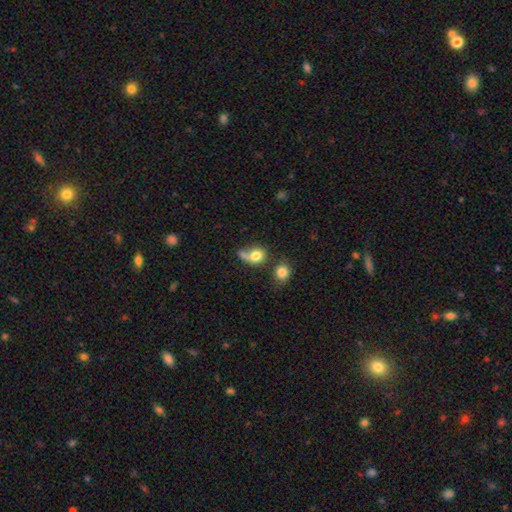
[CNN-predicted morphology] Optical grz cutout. It shows a smooth galaxy with no disk features (77%) that is round (65%). Merging: merger (41%).